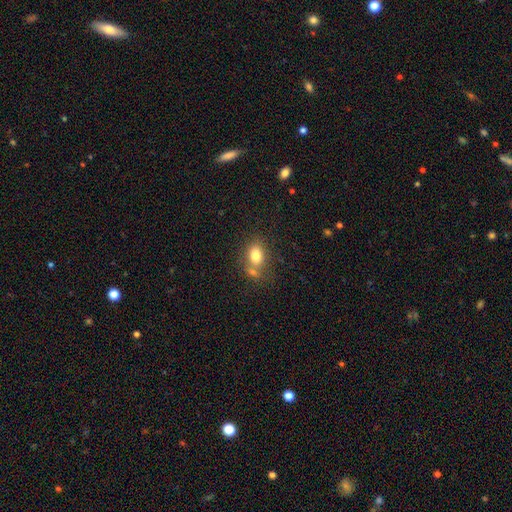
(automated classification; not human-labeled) smooth_or_featured: smooth (p=0.79) [alt: featured or disk p=0.11]
how_rounded: in between (p=0.73) [alt: round p=0.25]
merging: none (p=0.53) [alt: merger p=0.29]